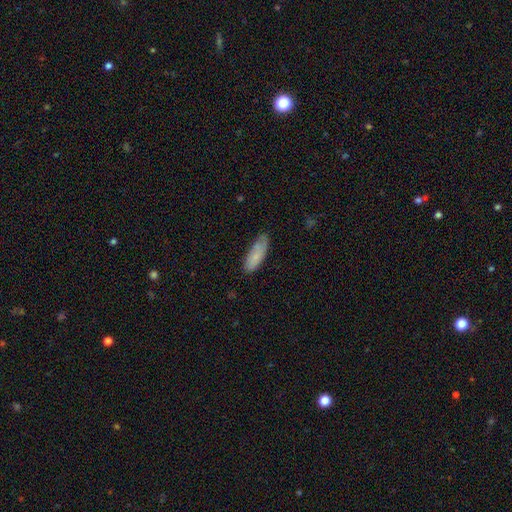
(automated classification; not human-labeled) Smooth or featured? Predicted: smooth (p=0.74). How rounded? Predicted: in between (p=0.61). Merging? Predicted: none (p=0.65).